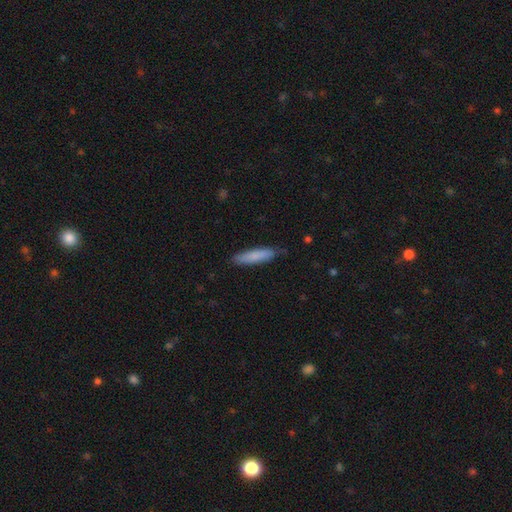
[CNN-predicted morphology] type=smooth (82%); roundness=cigar-shaped (80%); merging=none (82%).